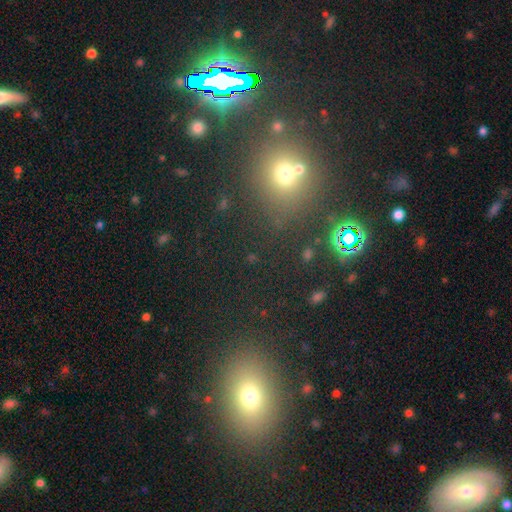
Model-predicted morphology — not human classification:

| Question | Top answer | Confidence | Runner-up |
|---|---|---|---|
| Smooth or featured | star or artifact | 45% | smooth (44%) |